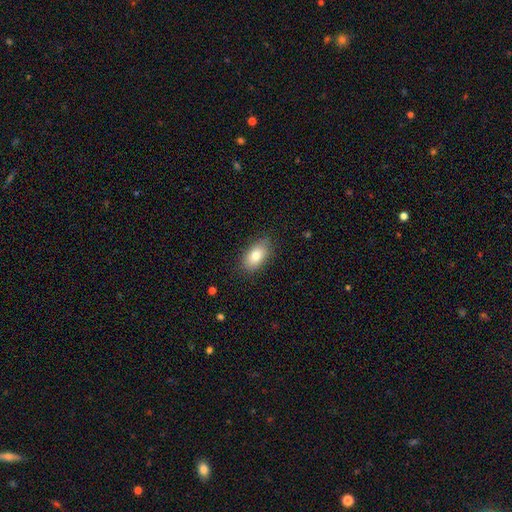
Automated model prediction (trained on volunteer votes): A smooth galaxy with no disk features (80%) that is in between round and cigar-shaped (91%). Merging: none (85%).